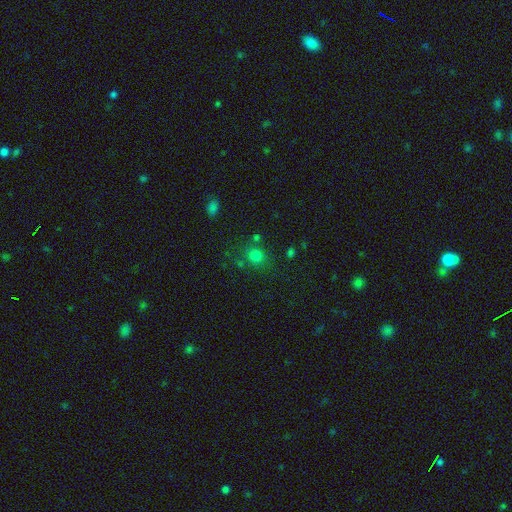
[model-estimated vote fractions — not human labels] Smooth or featured: smooth — 76% (star or artifact — 17%)
How rounded: round — 81% (in between — 18%)
Merging: none — 74% (minor disturbance — 12%)